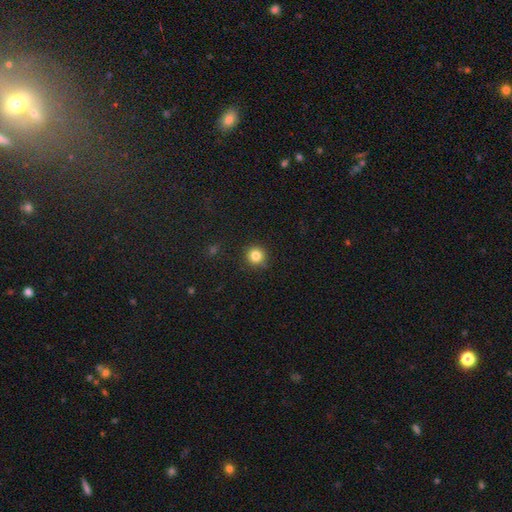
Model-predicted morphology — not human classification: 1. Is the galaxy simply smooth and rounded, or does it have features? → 84% smooth, 11% star or artifact, 5% featured or disk.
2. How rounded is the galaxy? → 94% round, 5% in between, 1% cigar-shaped.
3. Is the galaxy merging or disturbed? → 90% none, 7% minor disturbance, 2% major disturbance, 1% merger.